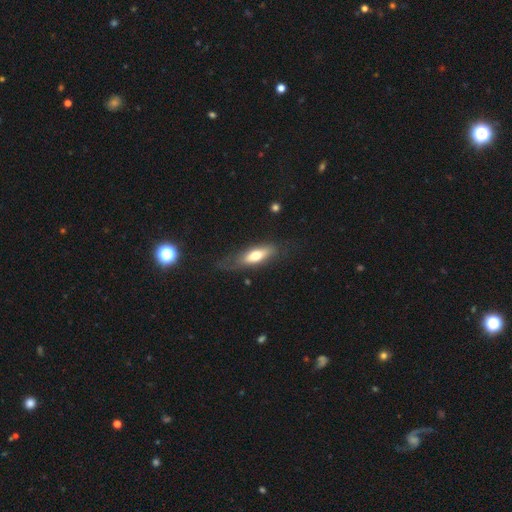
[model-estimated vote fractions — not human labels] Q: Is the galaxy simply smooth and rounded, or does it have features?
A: smooth — 61%.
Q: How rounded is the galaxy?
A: in between — 57%.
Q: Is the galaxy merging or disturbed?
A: none — 60%.